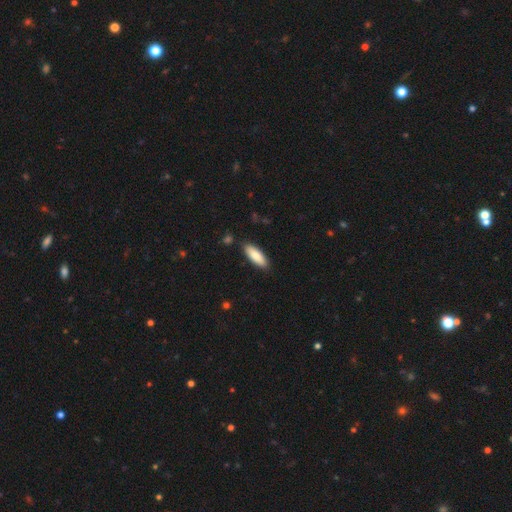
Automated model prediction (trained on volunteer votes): smooth_or_featured: smooth (p=0.85) [alt: featured or disk p=0.09]
how_rounded: in between (p=0.61) [alt: cigar-shaped p=0.37]
merging: none (p=0.87) [alt: minor disturbance p=0.09]